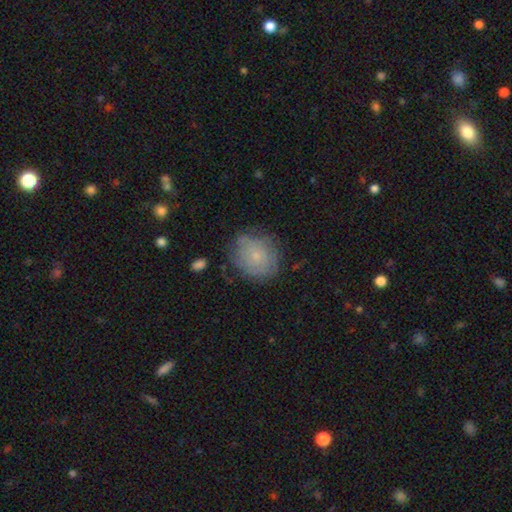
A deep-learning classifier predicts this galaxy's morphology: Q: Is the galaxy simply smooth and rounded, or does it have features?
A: smooth — 61%.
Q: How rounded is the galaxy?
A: round — 68%.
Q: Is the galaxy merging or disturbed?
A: none — 69%.